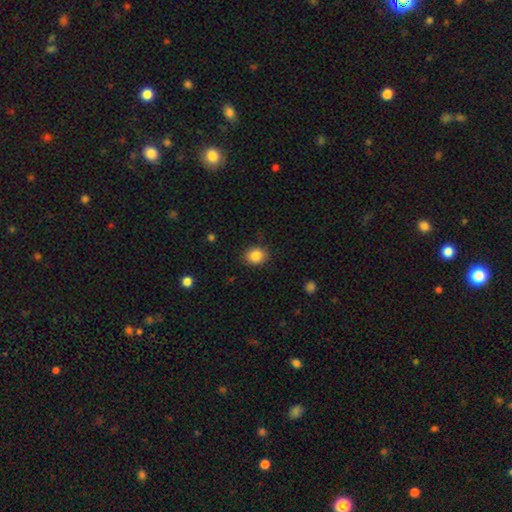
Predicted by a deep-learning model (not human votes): Smooth or featured? smooth (86%)
How rounded? round (59%)
Merging? none (87%)